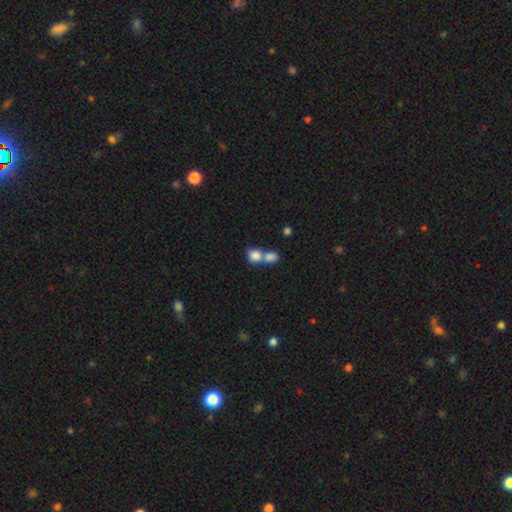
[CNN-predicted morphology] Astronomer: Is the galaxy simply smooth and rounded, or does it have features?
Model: smooth — 81%.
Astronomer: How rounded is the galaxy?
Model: round — 59% (runner-up: in between, 39%).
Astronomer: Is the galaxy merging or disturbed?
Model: merger — 67%.